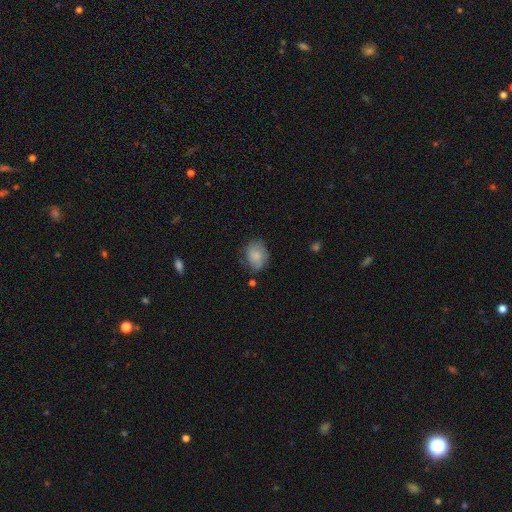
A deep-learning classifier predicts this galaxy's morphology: Smooth or featured? smooth (79%)
How rounded? in between (61%)
Merging? none (64%)